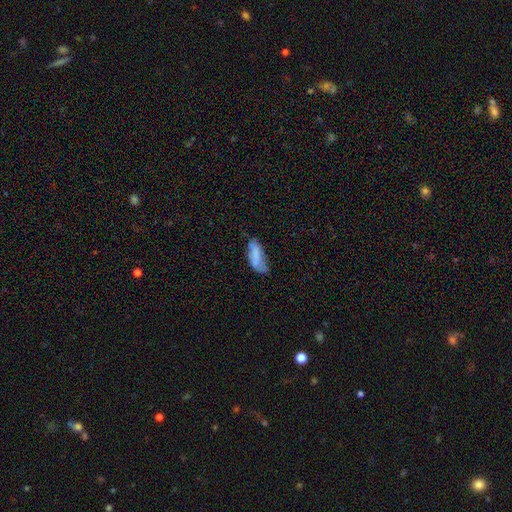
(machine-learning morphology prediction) smooth-or-featured: smooth: 72% | featured or disk: 20% | star or artifact: 8%
  how-rounded: in between: 79% | cigar-shaped: 19% | round: 2%
  merging: none: 41% | minor disturbance: 39% | major disturbance: 17% | merger: 4%